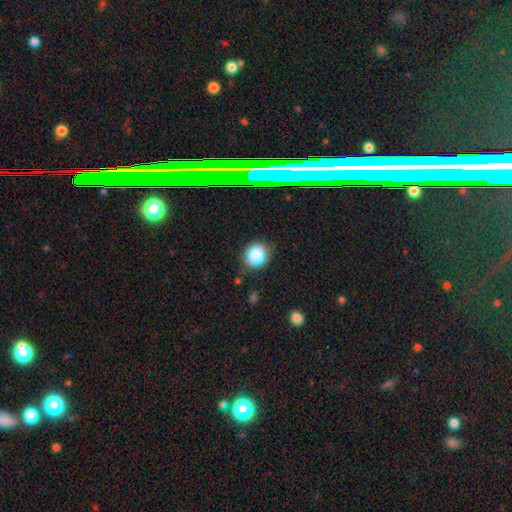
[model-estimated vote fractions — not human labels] Q: Smooth or featured?
A: smooth (79%); runner-up: star or artifact (14%)
Q: How rounded?
A: round (74%); runner-up: in between (25%)
Q: Merging?
A: none (85%); runner-up: minor disturbance (11%)